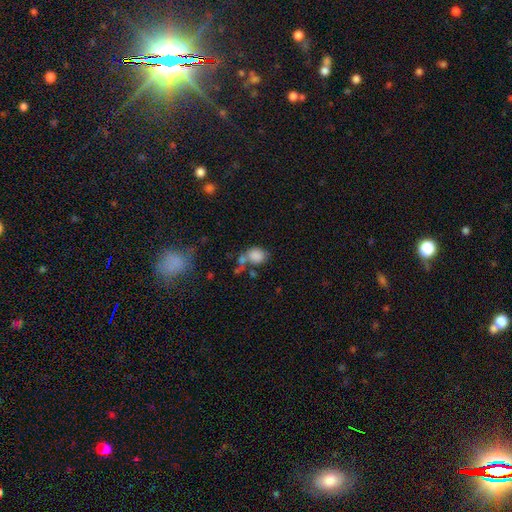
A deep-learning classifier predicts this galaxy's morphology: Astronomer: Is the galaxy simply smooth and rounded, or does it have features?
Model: smooth — 83%.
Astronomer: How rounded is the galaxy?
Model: round — 61% (runner-up: in between, 38%).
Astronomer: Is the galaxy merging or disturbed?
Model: none — 45% (runner-up: merger, 29%).